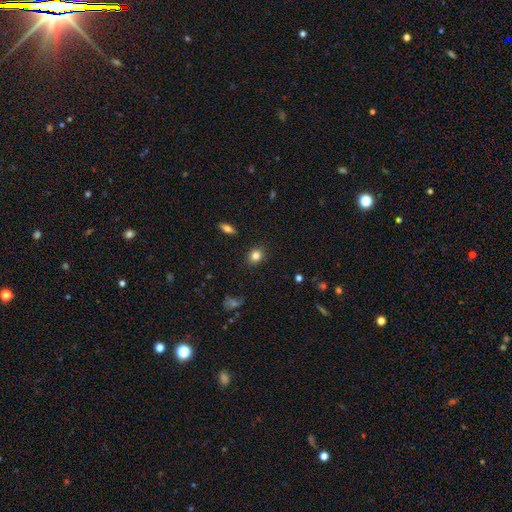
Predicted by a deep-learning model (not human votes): Smooth or featured?
  - smooth: 83% *
  - star or artifact: 11%
  - featured or disk: 6%
How rounded?
  - round: 64% *
  - in between: 34%
  - cigar-shaped: 1%
Merging?
  - none: 88% *
  - minor disturbance: 9%
  - major disturbance: 2%
  - merger: 1%